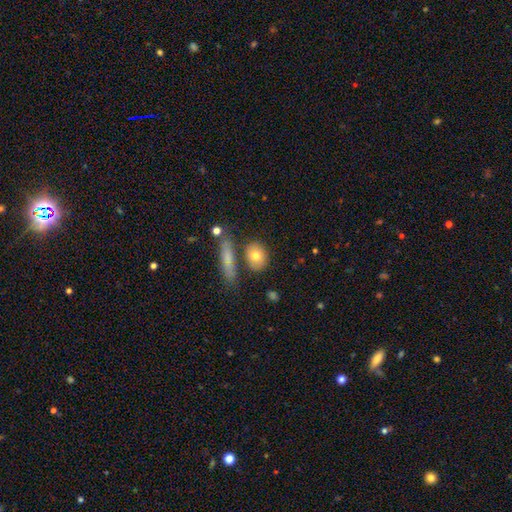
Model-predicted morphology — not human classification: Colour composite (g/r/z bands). It shows a smooth galaxy with no disk features (76%) that is round (53%). Merging: none (70%).